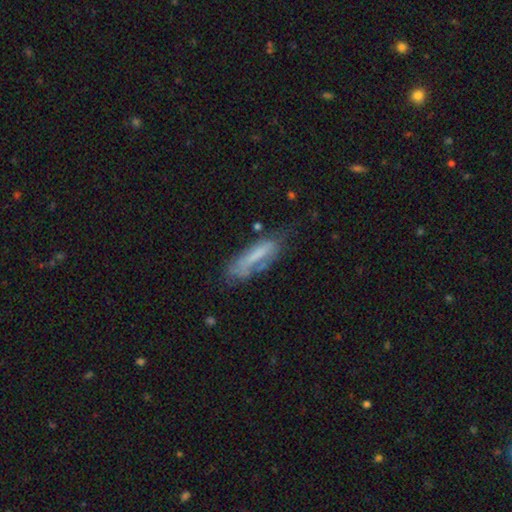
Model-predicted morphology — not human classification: A smooth galaxy with no disk features (52%) that is cigar-shaped (64%). Merging: none (49%).